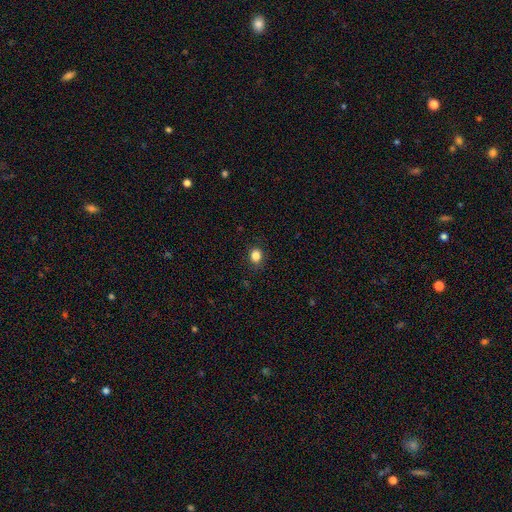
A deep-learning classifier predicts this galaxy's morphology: The model was most divided on "how rounded": round: 62%, in between: 37%, cigar-shaped: 1%. More confident: merging — none (87%); smooth or featured — smooth (85%).